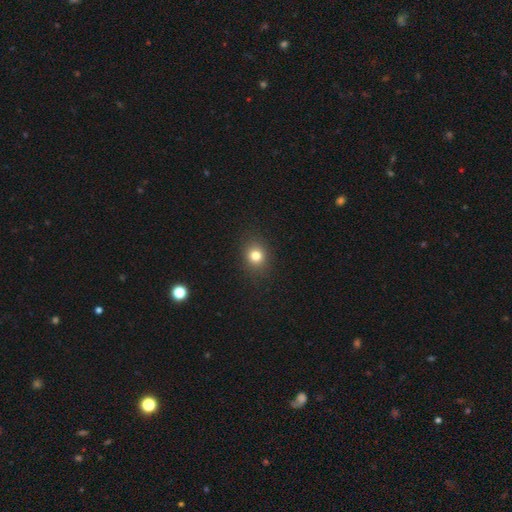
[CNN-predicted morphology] This is likely a smooth galaxy (79%). How rounded: likely round (69%). Merging: clearly none (88%).